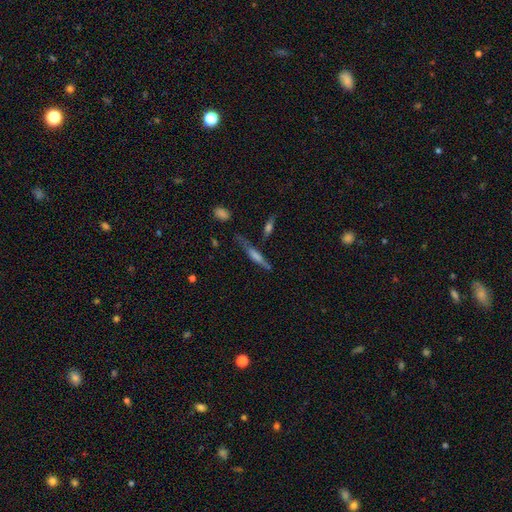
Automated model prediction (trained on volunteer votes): featured or disk 54%, smooth 34%, star or artifact 12%. Down the decision tree: edge-on disk — yes (91%); merging — none (64%).